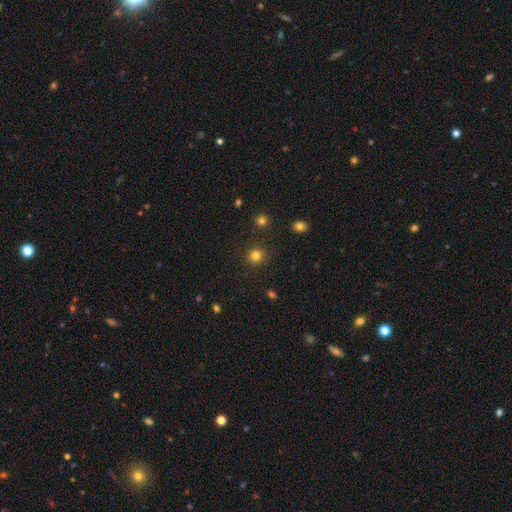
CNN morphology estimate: Smooth or featured?
  - smooth: 81% *
  - star or artifact: 15%
  - featured or disk: 5%
How rounded?
  - round: 93% *
  - in between: 6%
  - cigar-shaped: 1%
Merging?
  - none: 90% *
  - minor disturbance: 6%
  - major disturbance: 2%
  - merger: 2%